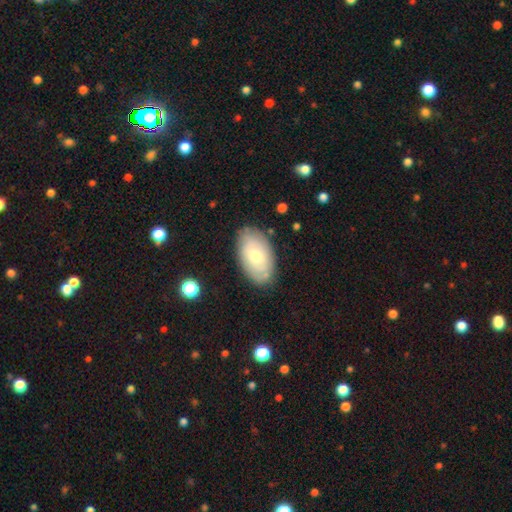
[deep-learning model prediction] The model was most divided on "smooth or featured": smooth: 51%, featured or disk: 43%, star or artifact: 6%. More confident: how rounded — in between (93%); merging — none (80%).